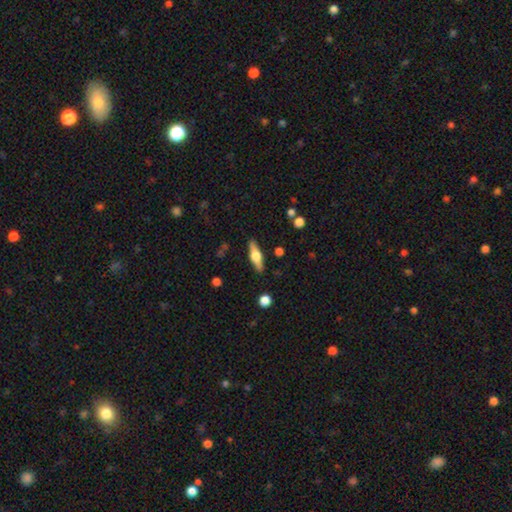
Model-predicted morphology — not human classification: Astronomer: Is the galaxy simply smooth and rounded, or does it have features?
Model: featured or disk — 59% (runner-up: smooth, 35%).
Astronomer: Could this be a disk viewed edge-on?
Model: yes — 95%.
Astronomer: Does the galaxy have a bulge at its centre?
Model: rounded — 93%.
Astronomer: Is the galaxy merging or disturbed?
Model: none — 88%.